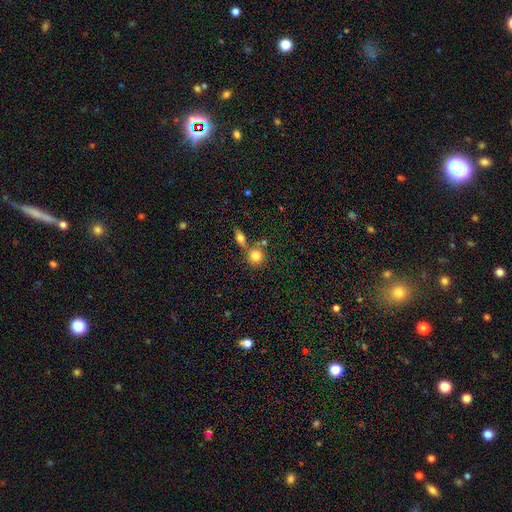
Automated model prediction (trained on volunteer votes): Smooth or featured?
  - smooth: 80% *
  - featured or disk: 10%
  - star or artifact: 9%
How rounded?
  - round: 86% *
  - in between: 13%
  - cigar-shaped: 1%
Merging?
  - none: 56% *
  - merger: 31%
  - minor disturbance: 9%
  - major disturbance: 3%